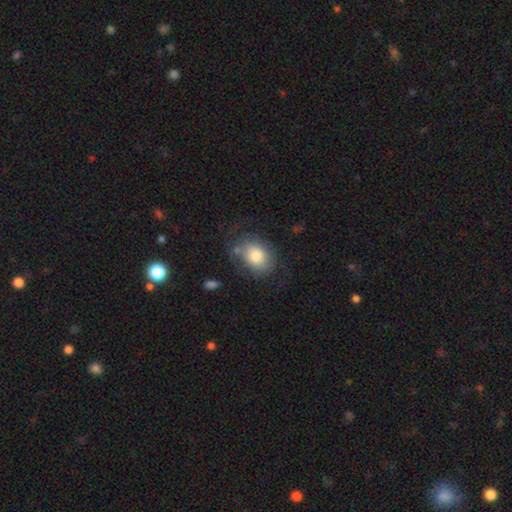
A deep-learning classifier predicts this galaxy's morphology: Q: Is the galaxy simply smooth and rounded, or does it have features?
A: smooth — 74%.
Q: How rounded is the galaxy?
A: in between — 66%.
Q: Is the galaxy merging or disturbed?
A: none — 57%.